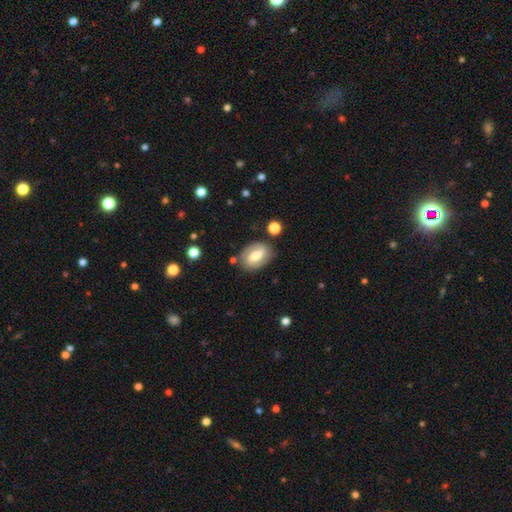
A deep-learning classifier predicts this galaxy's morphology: A featured or disk galaxy (52%).

Vote fractions:
- Smooth or featured? featured or disk: 52% / smooth: 41% / star or artifact: 7%
- Edge-on disk? no: 94% / yes: 6%
- Merging? none: 77% / minor disturbance: 15% / major disturbance: 4% / merger: 3%